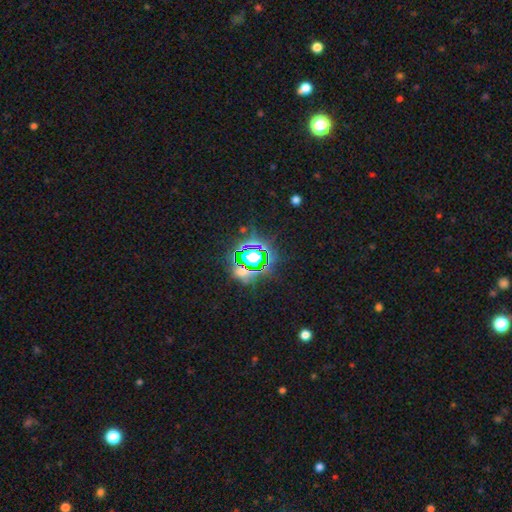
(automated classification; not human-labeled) smooth-or-featured: star or artifact: 73% | smooth: 17% | featured or disk: 10%